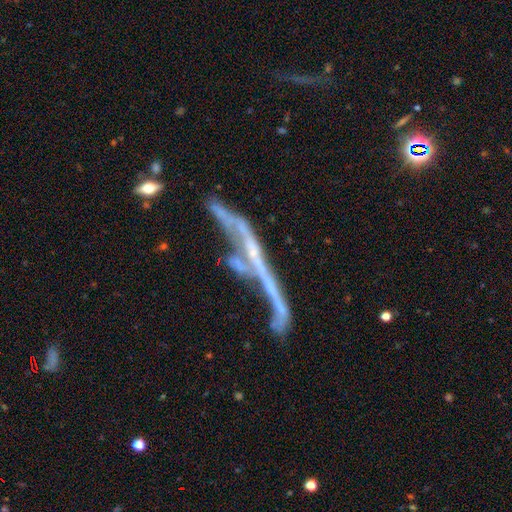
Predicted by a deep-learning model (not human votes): Morphology: type=featured or disk (72%); edge-on=yes (51%); merging=merger (39%).